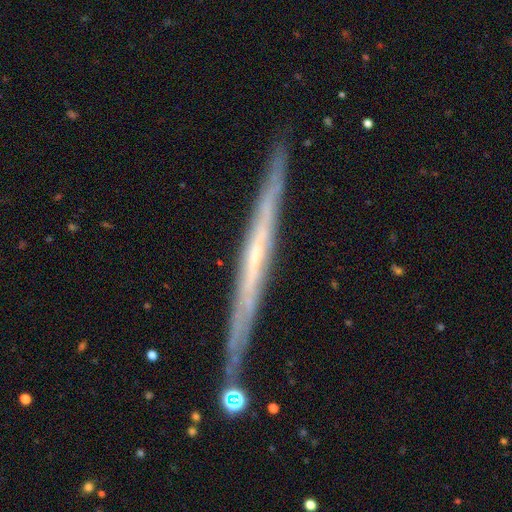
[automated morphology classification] Smooth or featured?
  - featured or disk: 75% *
  - smooth: 18%
  - star or artifact: 7%
Edge-on disk?
  - yes: 96% *
  - no: 4%
Edge-on bulge?
  - none: 74% *
  - rounded: 21%
  - boxy: 4%
Merging?
  - none: 86% *
  - minor disturbance: 9%
  - merger: 3%
  - major disturbance: 2%